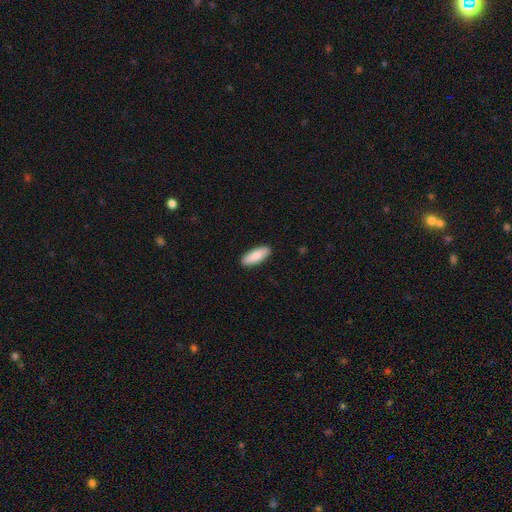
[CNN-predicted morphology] The model was most divided on "how rounded": in between: 61%, cigar-shaped: 37%, round: 2%. More confident: merging — none (90%); smooth or featured — smooth (86%).